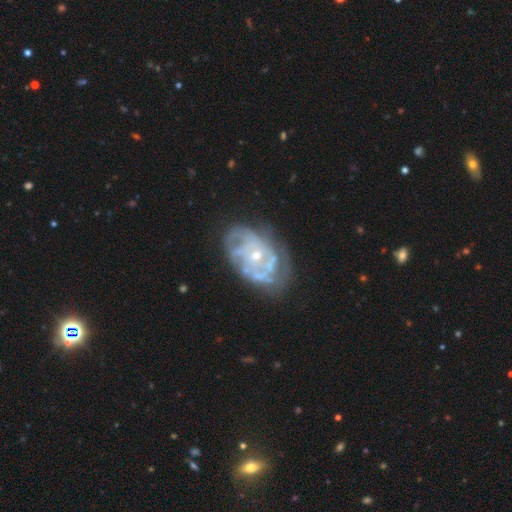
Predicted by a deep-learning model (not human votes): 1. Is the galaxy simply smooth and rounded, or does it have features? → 81% featured or disk, 12% smooth, 7% star or artifact.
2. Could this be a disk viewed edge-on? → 97% no, 3% yes.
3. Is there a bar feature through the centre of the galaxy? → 80% no, 16% weak, 4% strong.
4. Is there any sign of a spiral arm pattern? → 76% yes, 24% no.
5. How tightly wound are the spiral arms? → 57% tight, 31% medium, 12% loose.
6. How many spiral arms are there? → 48% can't tell, 16% 2, 15% 3, 10% 4, 6% more than 4, 5% 1.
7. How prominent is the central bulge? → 68% small, 28% moderate, 2% none, 1% large, 1% dominant.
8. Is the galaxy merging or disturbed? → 60% none, 23% minor disturbance, 15% major disturbance, 3% merger.